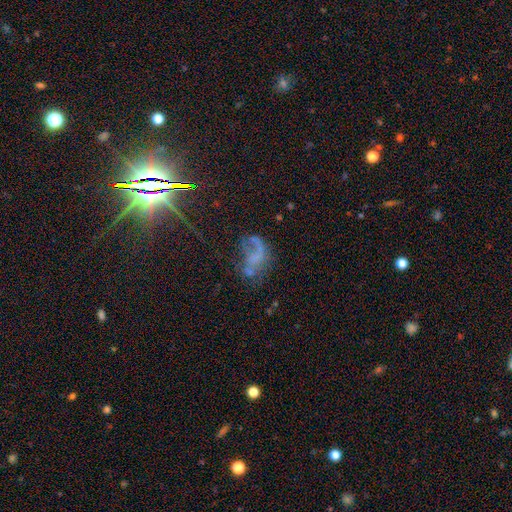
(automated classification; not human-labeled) A featured or disk galaxy (47%). Merging: major disturbance (39%).